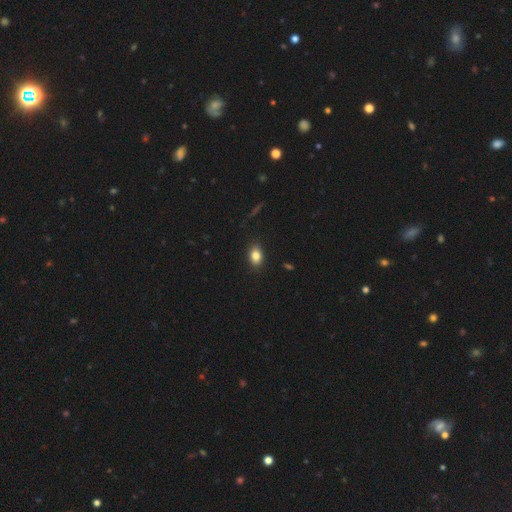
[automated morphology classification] This is clearly a smooth galaxy (83%). How rounded: clearly in between (82%). Merging: clearly none (87%).